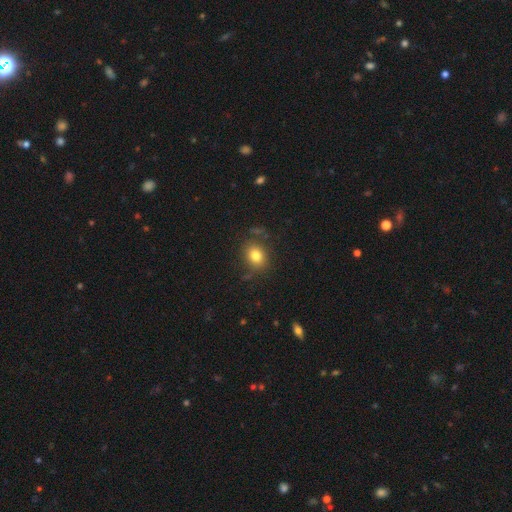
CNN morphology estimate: Smooth or featured?
  - smooth: 79% *
  - star or artifact: 11%
  - featured or disk: 9%
How rounded?
  - round: 53% *
  - in between: 46%
  - cigar-shaped: 1%
Merging?
  - none: 77% *
  - minor disturbance: 14%
  - major disturbance: 5%
  - merger: 3%